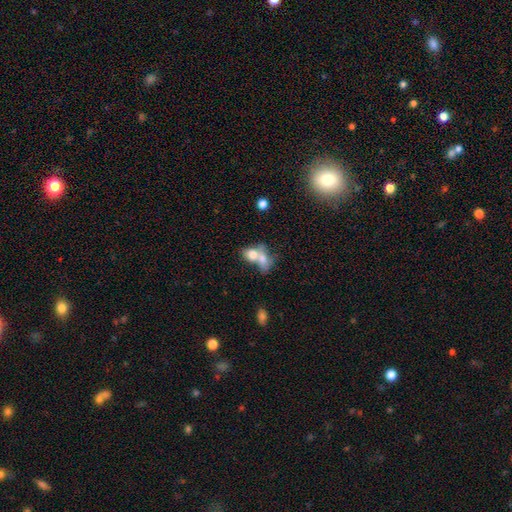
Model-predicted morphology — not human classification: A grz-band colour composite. It shows a smooth galaxy with no disk features (72%) that is in between round and cigar-shaped (69%). Merging: merger (71%).